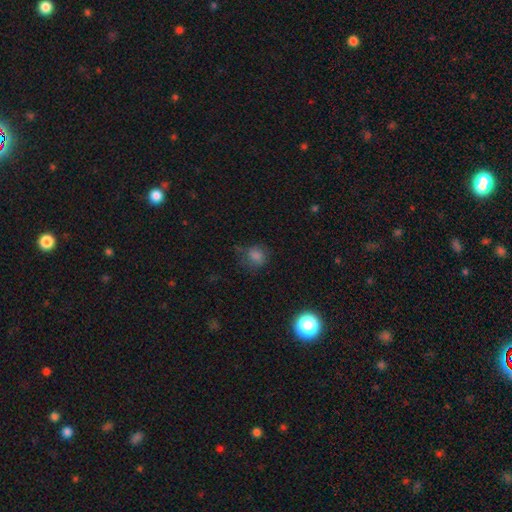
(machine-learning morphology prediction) Overall: smooth (71%). How rounded: round (70%). Merging: none (58%; minor disturbance 25%).